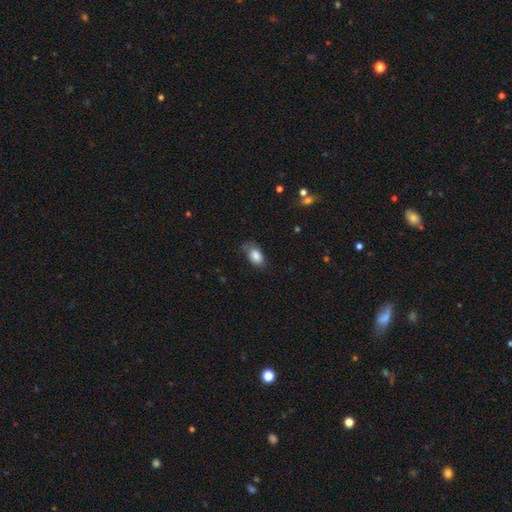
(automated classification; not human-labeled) Morphology: type=smooth (84%); roundness=in between (88%); merging=none (63%).